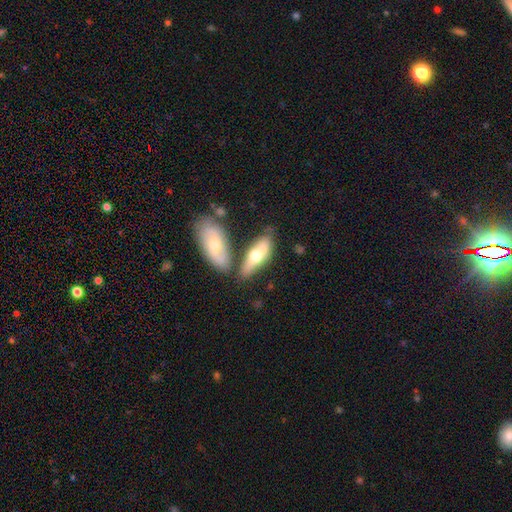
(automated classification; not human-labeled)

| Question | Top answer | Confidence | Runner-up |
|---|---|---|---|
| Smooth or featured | smooth | 55% | featured or disk (40%) |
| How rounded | in between | 68% | cigar-shaped (29%) |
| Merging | none | 54% | merger (26%) |